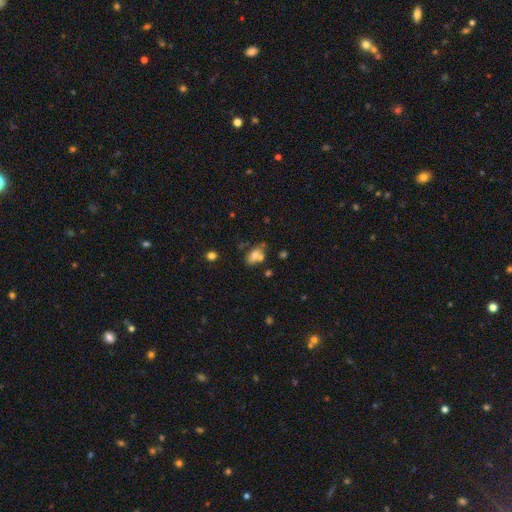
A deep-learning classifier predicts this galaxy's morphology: This is likely a smooth galaxy (61%). How rounded: likely in between (77%). Merging: possibly none (47%).